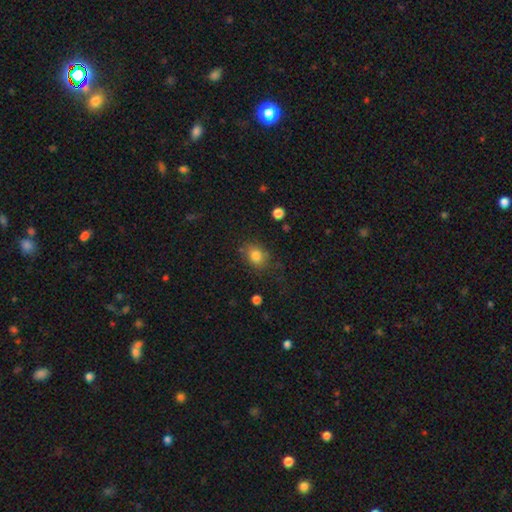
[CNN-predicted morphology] A smooth galaxy with no disk features (82%) that is in between round and cigar-shaped (51%). Merging: none (74%).